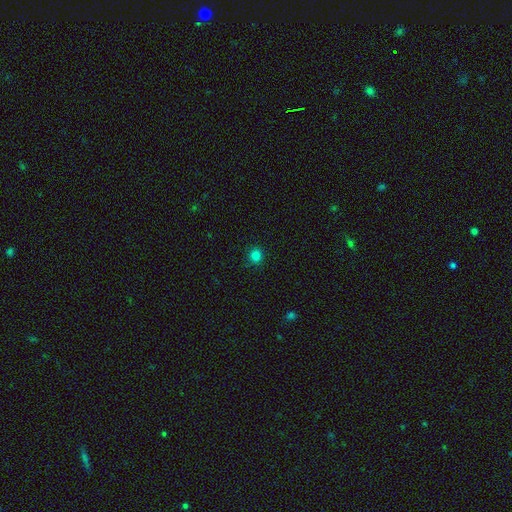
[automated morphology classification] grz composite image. It shows a smooth galaxy with no disk features (81%) that is round (91%). Merging: none (91%).